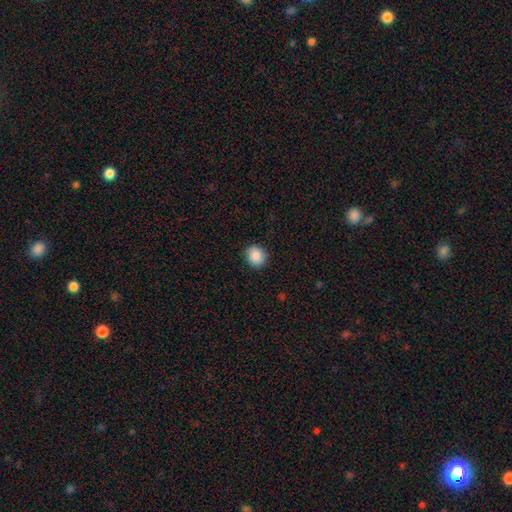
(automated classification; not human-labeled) A smooth galaxy with no disk features (86%) that is round (80%).

Vote fractions:
- Smooth or featured? smooth: 86% / star or artifact: 8% / featured or disk: 5%
- How rounded? round: 80% / in between: 19% / cigar-shaped: 1%
- Merging? none: 90% / minor disturbance: 7% / major disturbance: 2% / merger: 1%